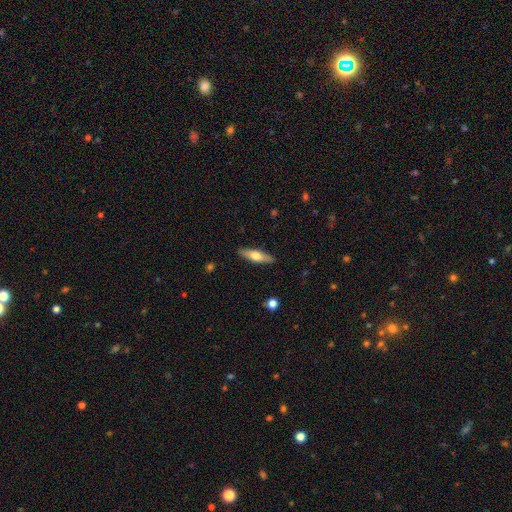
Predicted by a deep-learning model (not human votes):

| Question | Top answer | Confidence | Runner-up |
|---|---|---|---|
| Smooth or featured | smooth | 52% | featured or disk (43%) |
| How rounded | cigar-shaped | 65% | in between (33%) |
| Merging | none | 89% | minor disturbance (8%) |